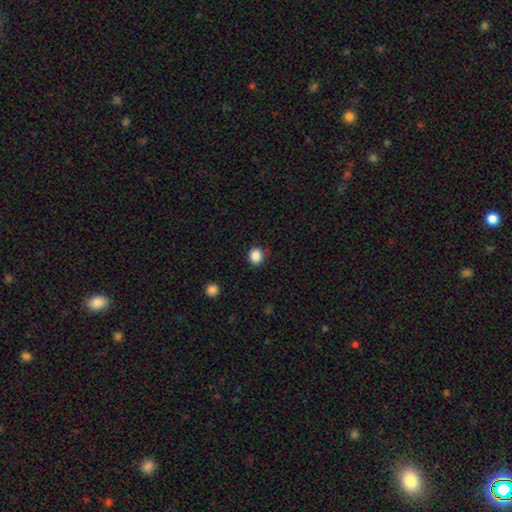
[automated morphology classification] smooth 87%, star or artifact 10%, featured or disk 3%. Down the decision tree: how rounded — round (77%); merging — none (86%).